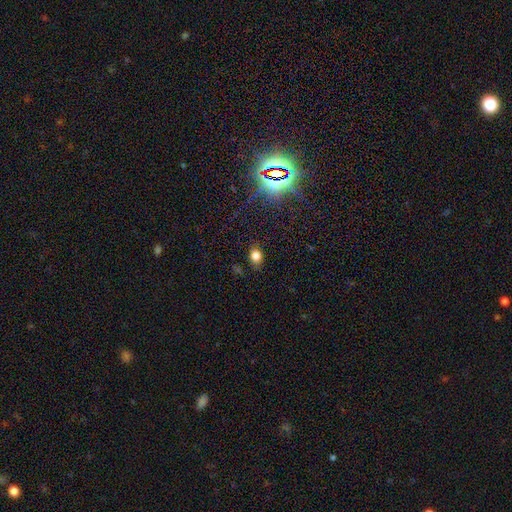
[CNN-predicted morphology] type=smooth (77%); roundness=in between (63%); merging=none (81%).